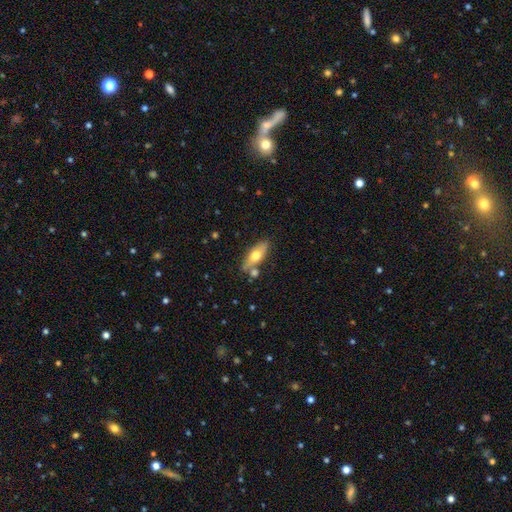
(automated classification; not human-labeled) The model was most divided on "smooth or featured": smooth: 60%, featured or disk: 34%, star or artifact: 6%. More confident: merging — none (73%); how rounded — in between (71%).